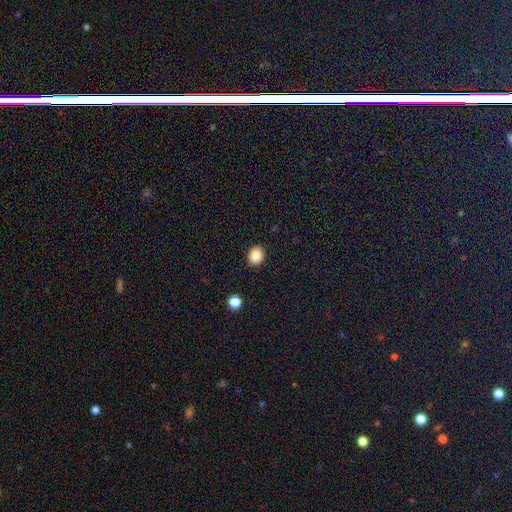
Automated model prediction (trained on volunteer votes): smooth_or_featured: smooth (p=0.86) [alt: star or artifact p=0.09]
how_rounded: round (p=0.54) [alt: in between p=0.45]
merging: none (p=0.91) [alt: minor disturbance p=0.06]